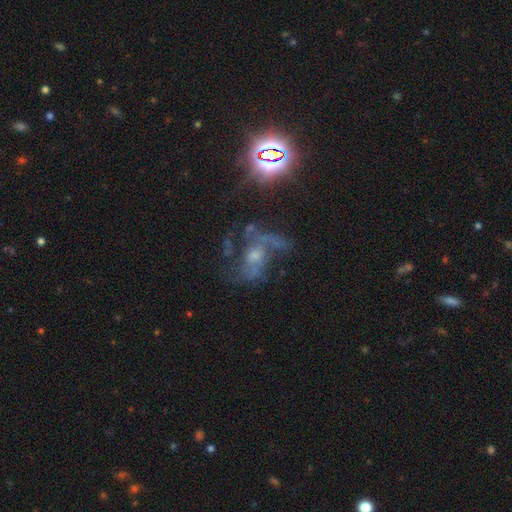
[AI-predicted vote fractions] Smooth or featured? Predicted: featured or disk (p=0.65). Edge-on disk? Predicted: no (p=0.96). Bar? Predicted: no (p=0.66). Spiral arms? Predicted: yes (p=0.76). Bulge size? Predicted: moderate (p=0.44). Merging? Predicted: none (p=0.42).